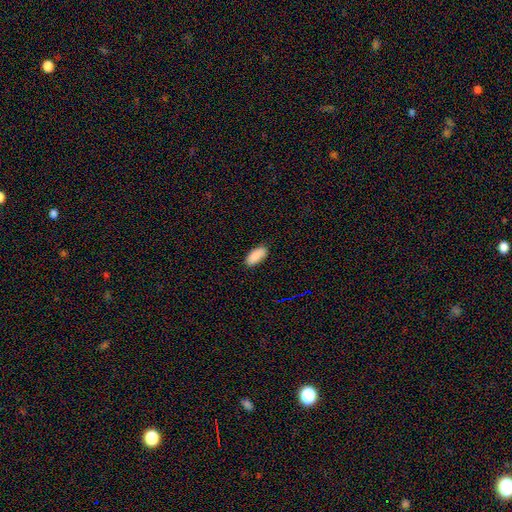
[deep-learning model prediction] A smooth galaxy with no disk features (90%) that is in between round and cigar-shaped (91%). Merging: none (87%).